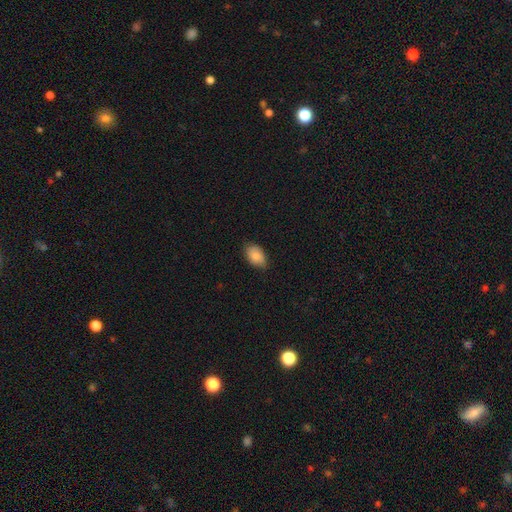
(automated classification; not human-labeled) A smooth galaxy with no disk features (86%) that is in between round and cigar-shaped (91%).

Vote fractions:
- Smooth or featured? smooth: 86% / featured or disk: 7% / star or artifact: 7%
- How rounded? in between: 91% / round: 7% / cigar-shaped: 1%
- Merging? none: 81% / minor disturbance: 15% / major disturbance: 2% / merger: 1%